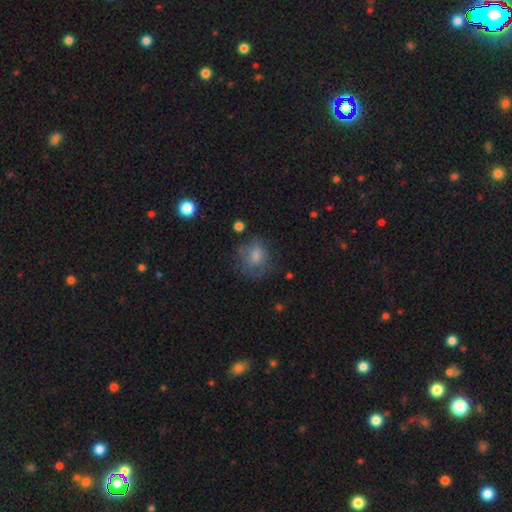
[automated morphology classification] Overall: smooth (63%; featured or disk 24%). How rounded: round (64%; in between 34%). Merging: none (59%; minor disturbance 23%).